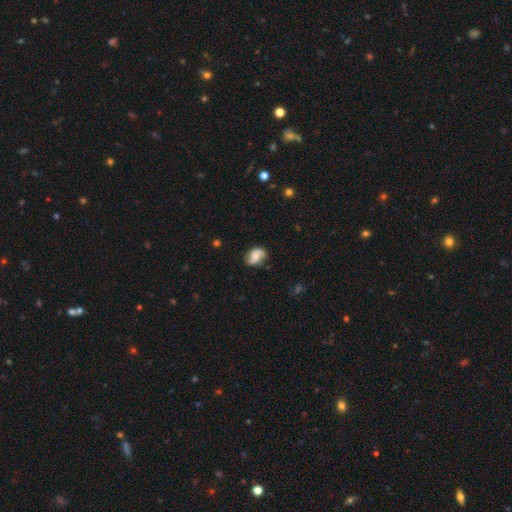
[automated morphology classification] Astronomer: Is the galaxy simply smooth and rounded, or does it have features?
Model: featured or disk — 56% (runner-up: smooth, 35%).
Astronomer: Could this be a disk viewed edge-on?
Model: no — 97%.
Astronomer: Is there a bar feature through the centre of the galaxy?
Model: no — 53% (runner-up: weak, 36%).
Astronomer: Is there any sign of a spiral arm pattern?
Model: yes — 91%.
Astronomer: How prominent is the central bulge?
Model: moderate — 30% (runner-up: none, 28%).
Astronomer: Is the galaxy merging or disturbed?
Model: none — 69%.